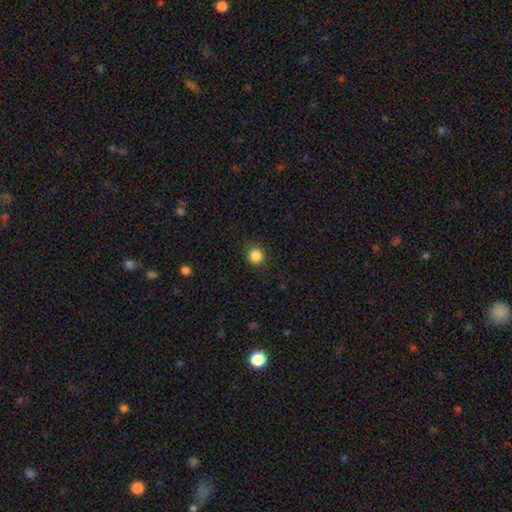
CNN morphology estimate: Q: Smooth or featured?
A: smooth (85%); runner-up: star or artifact (11%)
Q: How rounded?
A: round (90%); runner-up: in between (9%)
Q: Merging?
A: none (88%); runner-up: minor disturbance (8%)